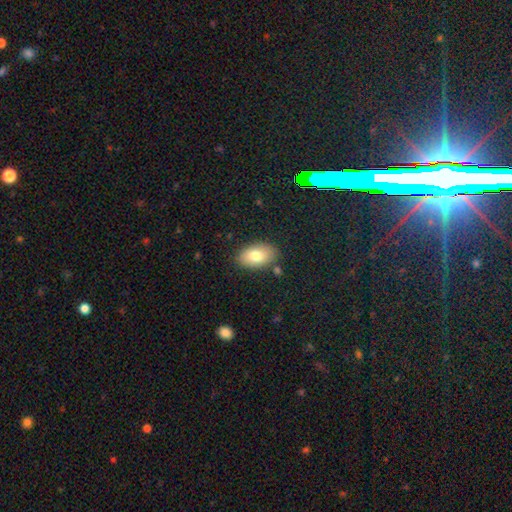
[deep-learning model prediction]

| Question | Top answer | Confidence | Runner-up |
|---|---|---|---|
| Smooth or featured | smooth | 79% | featured or disk (14%) |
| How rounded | in between | 92% | round (6%) |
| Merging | none | 83% | minor disturbance (11%) |